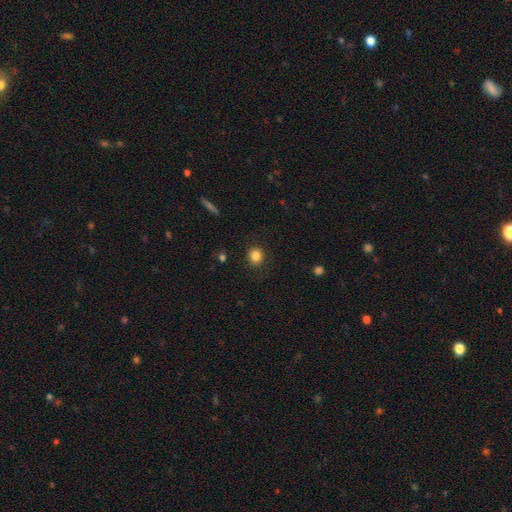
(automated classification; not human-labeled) This is clearly a smooth galaxy (85%). How rounded: likely round (79%). Merging: clearly none (88%).